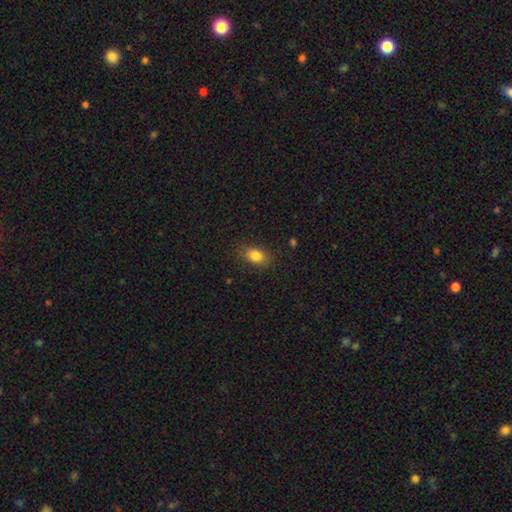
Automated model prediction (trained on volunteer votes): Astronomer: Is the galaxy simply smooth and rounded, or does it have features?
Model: smooth — 85%.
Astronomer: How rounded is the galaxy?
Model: in between — 84%.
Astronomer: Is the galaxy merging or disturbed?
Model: none — 83%.